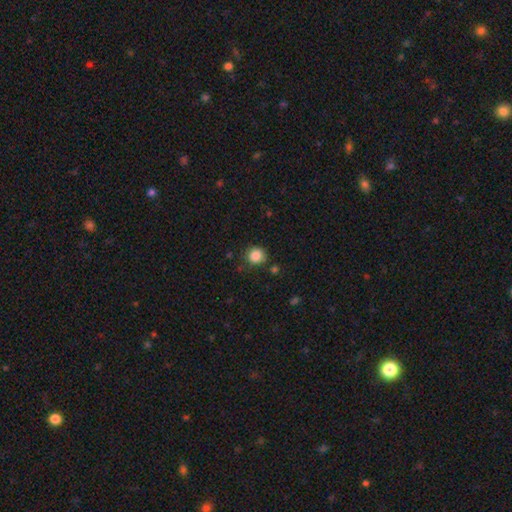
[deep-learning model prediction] The model was most divided on "merging": none: 77%, minor disturbance: 15%, major disturbance: 4%, merger: 4%. More confident: how rounded — round (88%); smooth or featured — smooth (86%).